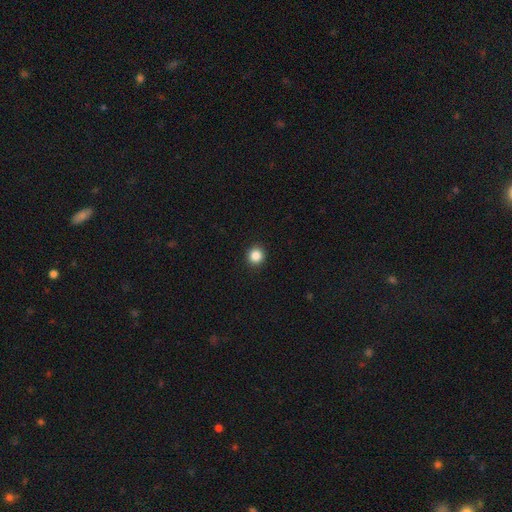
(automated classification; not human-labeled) A smooth galaxy with no disk features (86%) that is round (94%).

Vote fractions:
- Smooth or featured? smooth: 86% / star or artifact: 11% / featured or disk: 4%
- How rounded? round: 94% / in between: 5% / cigar-shaped: 1%
- Merging? none: 93% / minor disturbance: 4% / major disturbance: 2% / merger: 1%